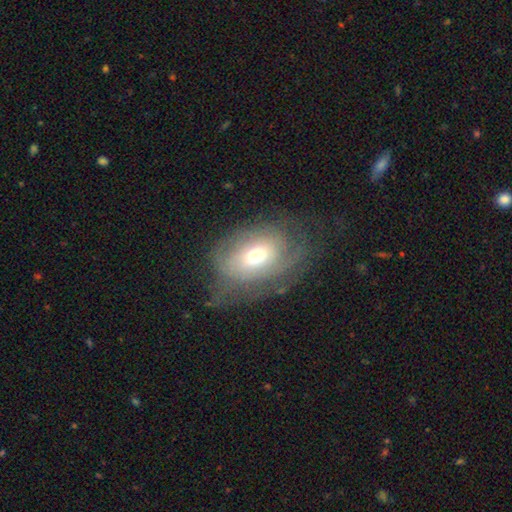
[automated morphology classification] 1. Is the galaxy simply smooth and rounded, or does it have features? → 58% featured or disk, 34% smooth, 9% star or artifact.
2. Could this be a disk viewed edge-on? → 94% no, 6% yes.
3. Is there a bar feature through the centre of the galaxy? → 68% no, 25% weak, 7% strong.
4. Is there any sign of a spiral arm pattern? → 69% yes, 31% no.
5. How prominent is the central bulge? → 63% moderate, 25% small, 9% large, 1% dominant, 1% none.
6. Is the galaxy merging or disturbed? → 54% none, 26% minor disturbance, 19% major disturbance, 2% merger.